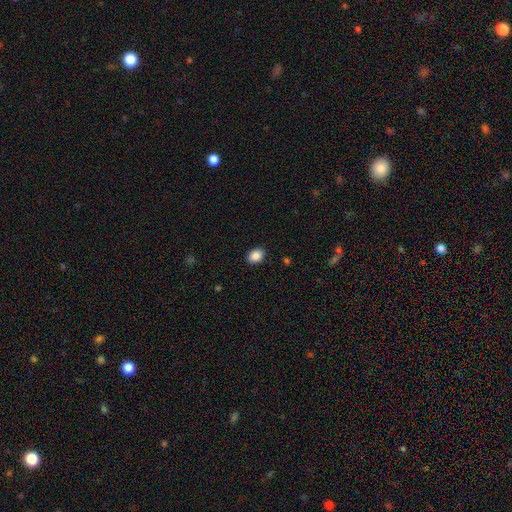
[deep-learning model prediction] Smooth or featured?
  - smooth: 88% *
  - star or artifact: 9%
  - featured or disk: 4%
How rounded?
  - in between: 66% *
  - round: 33%
  - cigar-shaped: 1%
Merging?
  - none: 89% *
  - minor disturbance: 8%
  - major disturbance: 2%
  - merger: 1%